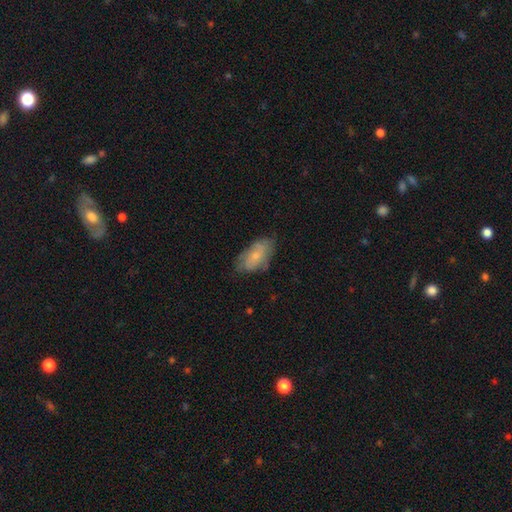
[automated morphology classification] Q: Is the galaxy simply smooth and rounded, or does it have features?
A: smooth — 60%.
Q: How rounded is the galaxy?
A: in between — 92%.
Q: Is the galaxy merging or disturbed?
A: none — 59%.